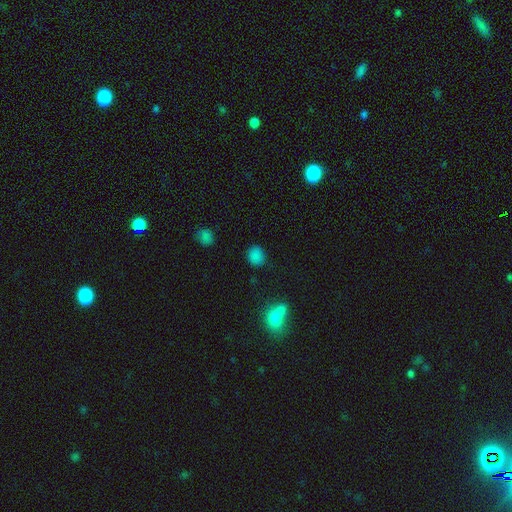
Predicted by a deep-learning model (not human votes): Smooth or featured?
  - smooth: 82% *
  - star or artifact: 14%
  - featured or disk: 4%
How rounded?
  - round: 73% *
  - in between: 26%
  - cigar-shaped: 1%
Merging?
  - none: 83% *
  - minor disturbance: 11%
  - merger: 3%
  - major disturbance: 3%